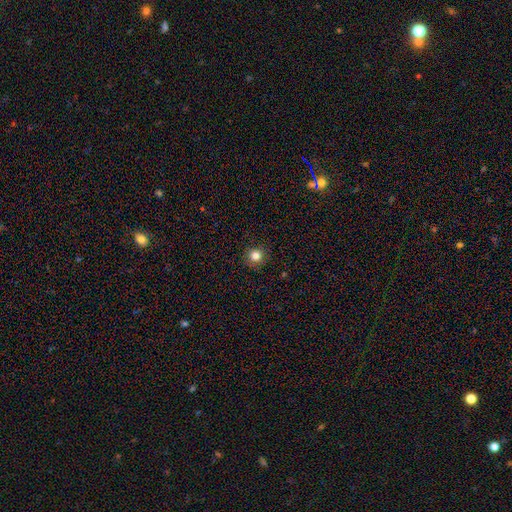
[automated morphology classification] Smooth or featured? Predicted: smooth (p=0.81). How rounded? Predicted: round (p=0.94). Merging? Predicted: none (p=0.91).